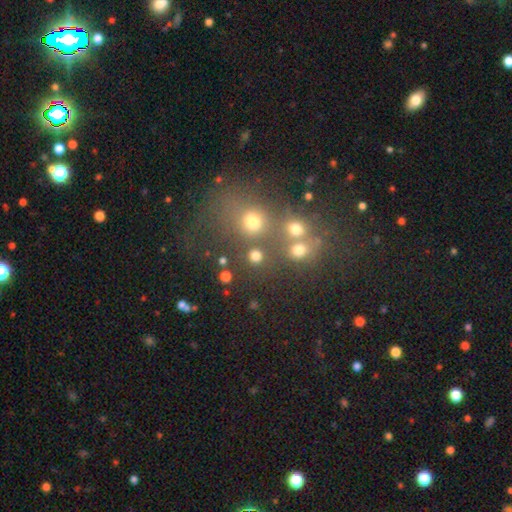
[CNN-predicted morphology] Smooth or featured? smooth (78%)
How rounded? round (90%)
Merging? none (70%)